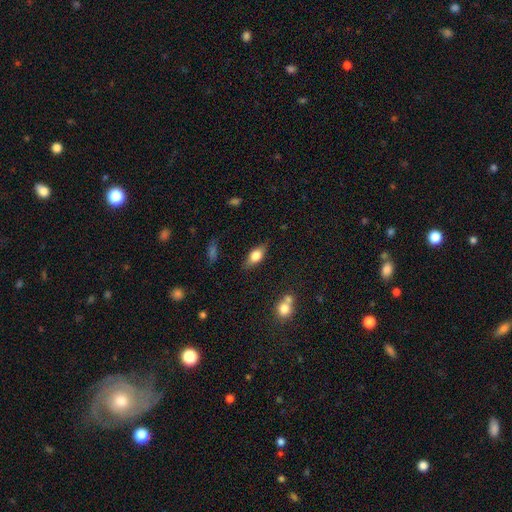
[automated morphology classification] Q: Smooth or featured?
A: smooth (64%); runner-up: featured or disk (28%)
Q: How rounded?
A: in between (78%); runner-up: cigar-shaped (15%)
Q: Merging?
A: none (79%); runner-up: minor disturbance (15%)